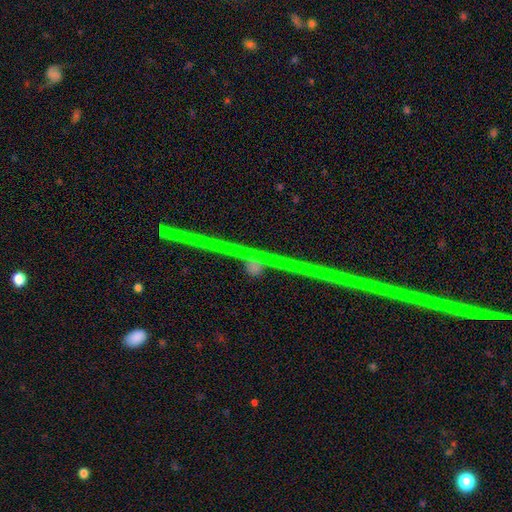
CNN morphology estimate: smooth-or-featured: star or artifact: 82% | featured or disk: 12% | smooth: 7%